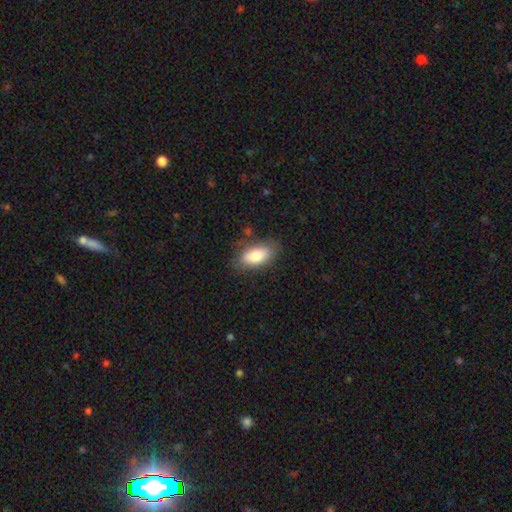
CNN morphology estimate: Smooth or featured? smooth (79%)
How rounded? in between (88%)
Merging? none (78%)